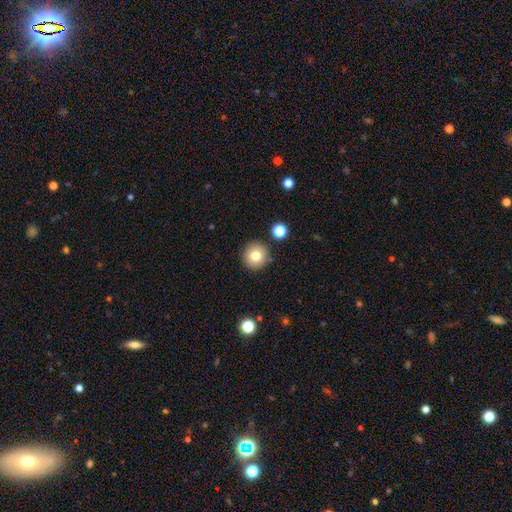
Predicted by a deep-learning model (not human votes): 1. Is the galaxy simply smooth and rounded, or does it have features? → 79% smooth, 11% star or artifact, 10% featured or disk.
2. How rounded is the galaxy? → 95% round, 4% in between, 1% cigar-shaped.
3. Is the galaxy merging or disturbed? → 88% none, 6% minor disturbance, 3% merger, 2% major disturbance.